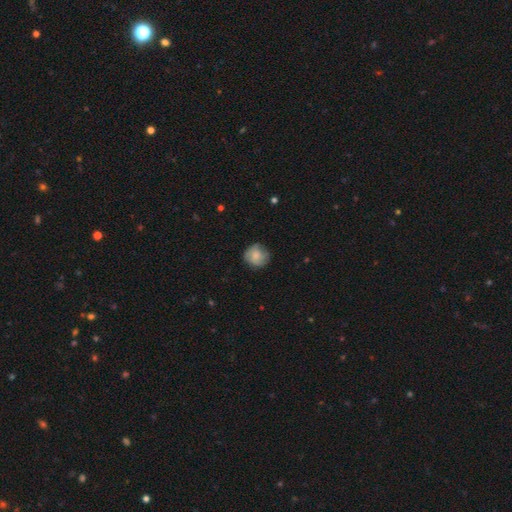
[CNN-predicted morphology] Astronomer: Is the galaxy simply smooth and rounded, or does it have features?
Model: smooth — 71%.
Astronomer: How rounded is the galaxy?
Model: round — 88%.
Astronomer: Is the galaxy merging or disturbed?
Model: none — 76%.